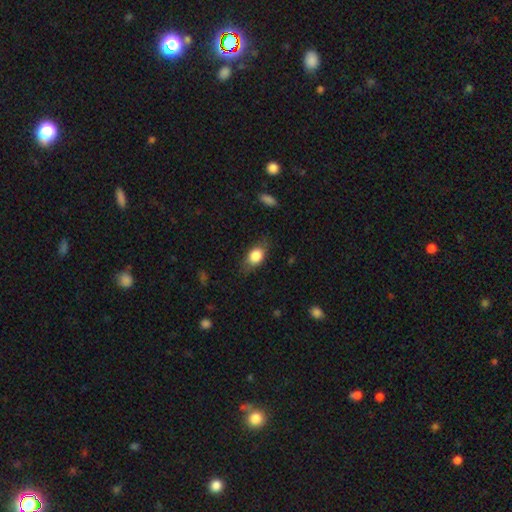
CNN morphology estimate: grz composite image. It shows a smooth galaxy with no disk features (79%) that is in between round and cigar-shaped (76%). Merging: none (72%).